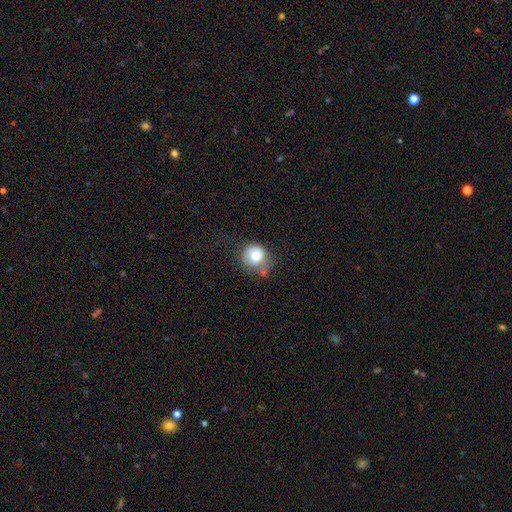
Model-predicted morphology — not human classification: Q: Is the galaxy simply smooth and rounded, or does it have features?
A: smooth — 74%.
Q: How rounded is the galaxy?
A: round — 82%.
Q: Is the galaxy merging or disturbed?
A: none — 51%.